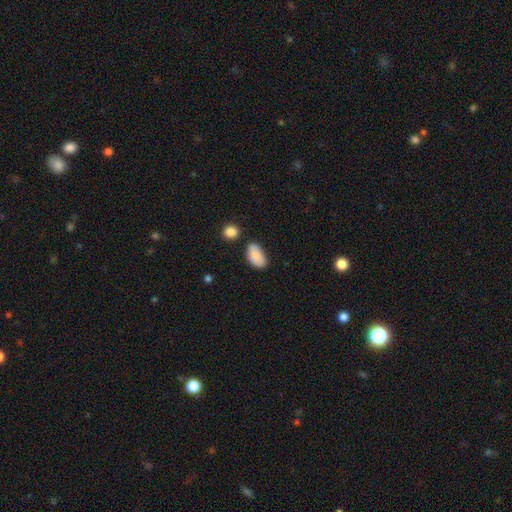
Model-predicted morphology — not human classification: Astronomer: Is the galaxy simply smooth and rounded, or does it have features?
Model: smooth — 86%.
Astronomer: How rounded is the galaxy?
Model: in between — 94%.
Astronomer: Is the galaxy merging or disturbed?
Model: none — 61%.